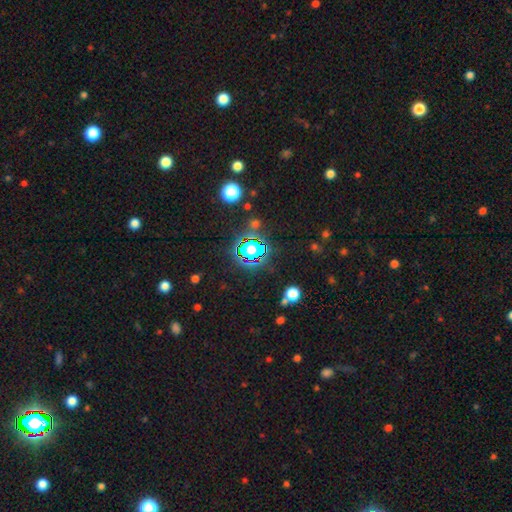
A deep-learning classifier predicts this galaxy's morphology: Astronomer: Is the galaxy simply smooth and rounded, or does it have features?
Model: star or artifact — 79%.